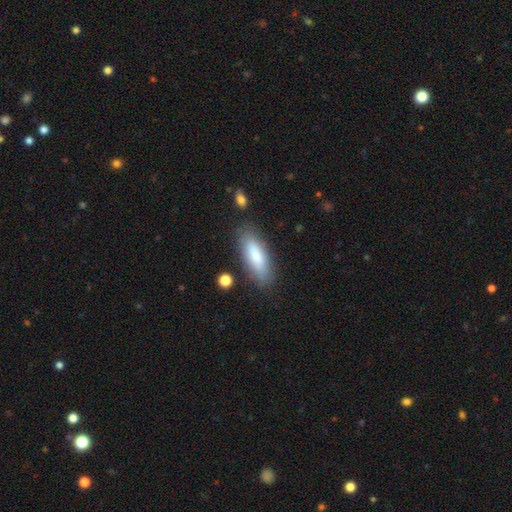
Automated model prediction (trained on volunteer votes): Q: Smooth or featured?
A: smooth (82%); runner-up: featured or disk (12%)
Q: How rounded?
A: in between (63%); runner-up: cigar-shaped (35%)
Q: Merging?
A: none (81%); runner-up: minor disturbance (12%)